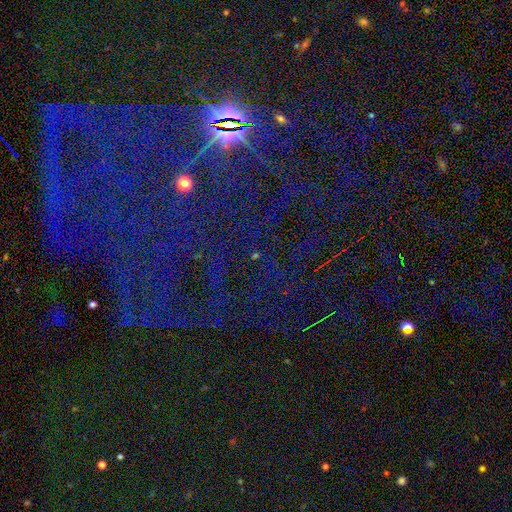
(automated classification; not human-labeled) Smooth or featured: star or artifact — 81% (smooth — 11%)